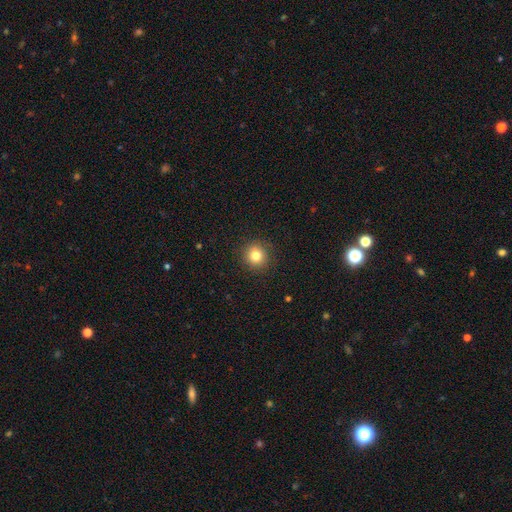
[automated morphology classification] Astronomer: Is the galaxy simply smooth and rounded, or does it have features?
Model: smooth — 80%.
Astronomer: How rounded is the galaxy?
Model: round — 93%.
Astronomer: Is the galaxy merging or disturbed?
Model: none — 91%.